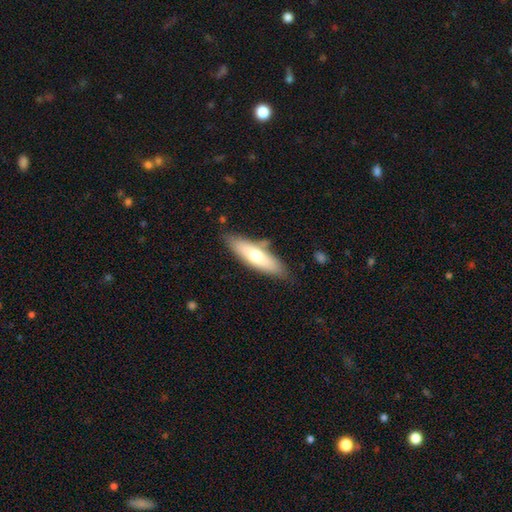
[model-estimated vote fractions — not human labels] The model was most divided on "how rounded": cigar-shaped: 53%, in between: 45%, round: 2%. More confident: merging — none (79%); smooth or featured — smooth (61%).